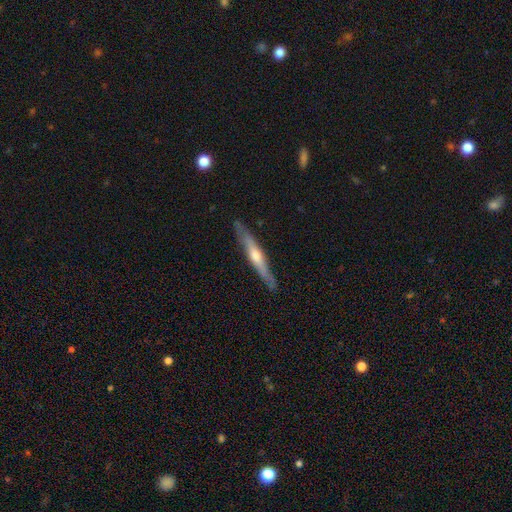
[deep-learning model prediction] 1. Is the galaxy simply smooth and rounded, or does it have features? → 63% featured or disk, 32% smooth, 5% star or artifact.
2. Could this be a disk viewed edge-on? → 93% yes, 7% no.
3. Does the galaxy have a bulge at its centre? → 77% rounded, 17% none, 6% boxy.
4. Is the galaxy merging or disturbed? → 85% none, 11% minor disturbance, 2% major disturbance, 1% merger.